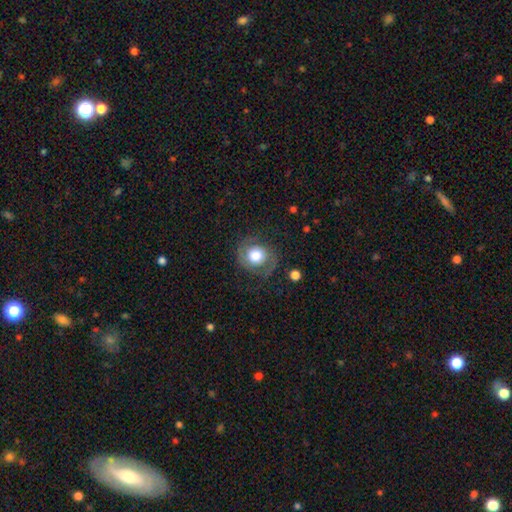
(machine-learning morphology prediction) Smooth or featured? Predicted: featured or disk (p=0.50). Edge-on disk? Predicted: no (p=0.97). Merging? Predicted: none (p=0.69).